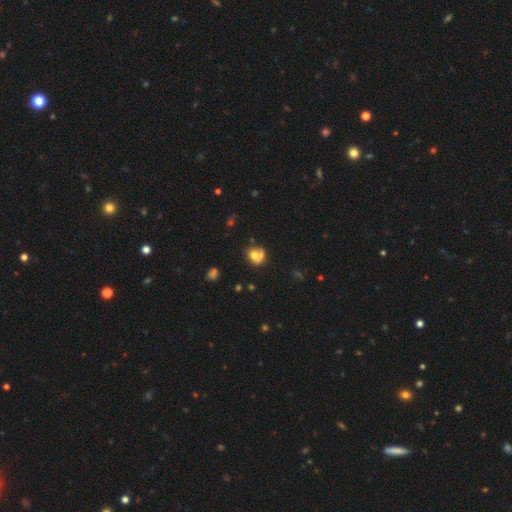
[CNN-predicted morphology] This is likely a smooth galaxy (65%). How rounded: likely round (65%). Merging: marginally merger (36%, tied with none).